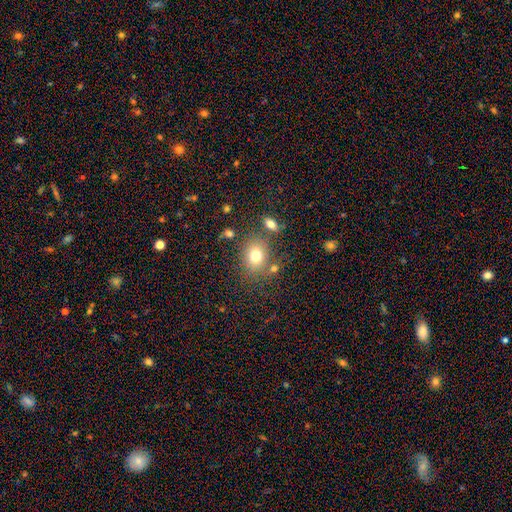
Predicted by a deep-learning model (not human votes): This appears to be a smooth galaxy with no disk features (75%) that is round (54%). Merging: none (71%).